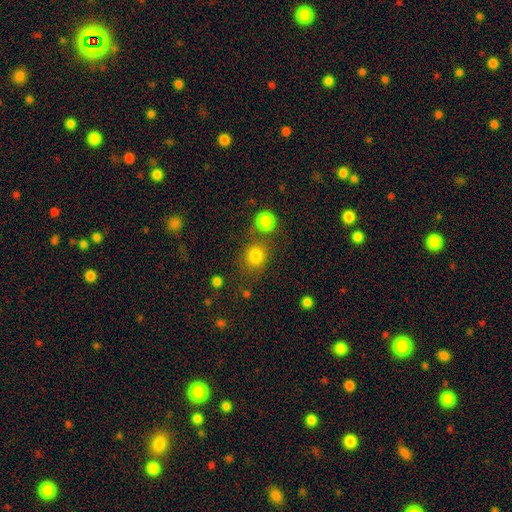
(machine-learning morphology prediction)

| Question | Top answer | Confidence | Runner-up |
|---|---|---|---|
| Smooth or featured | smooth | 82% | star or artifact (13%) |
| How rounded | round | 82% | in between (17%) |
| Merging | none | 66% | merger (20%) |